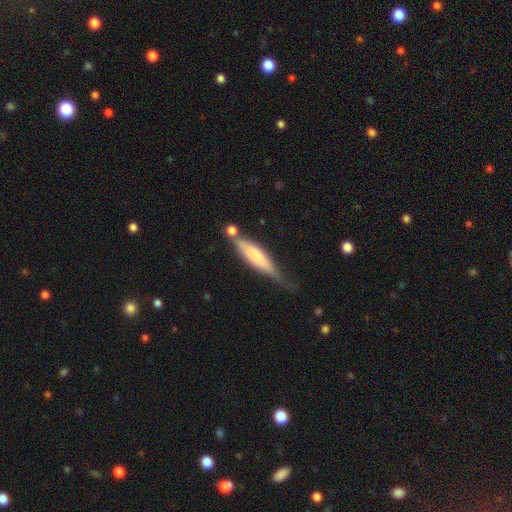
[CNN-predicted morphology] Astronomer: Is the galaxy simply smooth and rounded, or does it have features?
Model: smooth — 54% (runner-up: featured or disk, 40%).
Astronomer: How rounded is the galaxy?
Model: cigar-shaped — 76%.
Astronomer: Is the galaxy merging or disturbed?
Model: none — 52%.